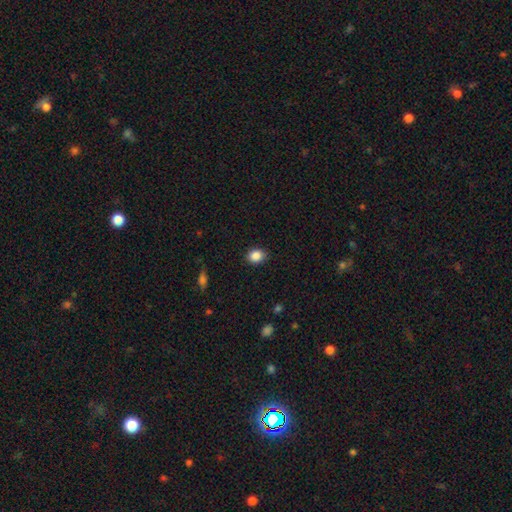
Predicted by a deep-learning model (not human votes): Smooth or featured: smooth — 87% (star or artifact — 10%)
How rounded: round — 58% (in between — 41%)
Merging: none — 87% (minor disturbance — 10%)